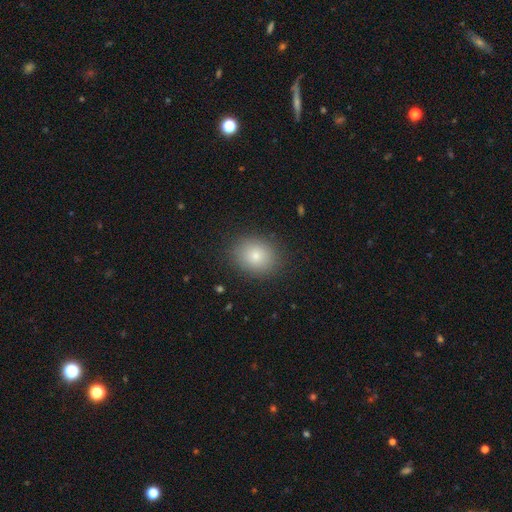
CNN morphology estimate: Q: Smooth or featured?
A: smooth (81%); runner-up: star or artifact (11%)
Q: How rounded?
A: round (56%); runner-up: in between (43%)
Q: Merging?
A: none (87%); runner-up: minor disturbance (9%)